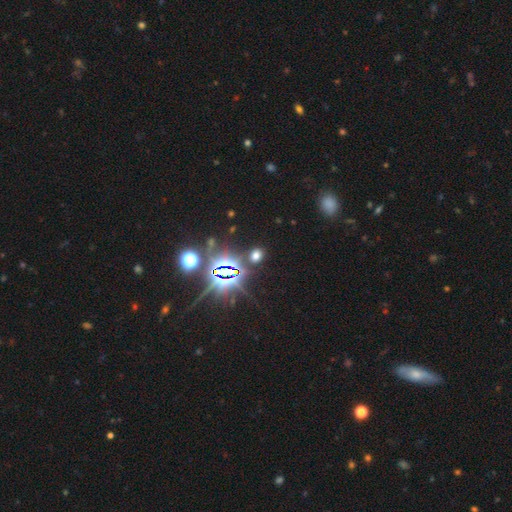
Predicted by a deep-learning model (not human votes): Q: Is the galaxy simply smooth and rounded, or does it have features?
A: smooth — 48%.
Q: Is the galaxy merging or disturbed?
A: none — 85%.